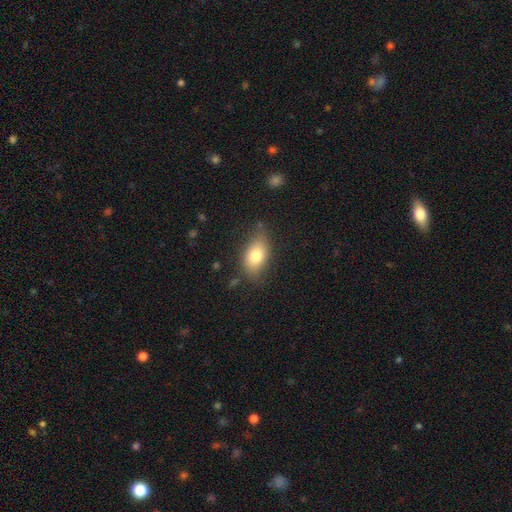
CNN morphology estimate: Smooth or featured? smooth (77%)
How rounded? in between (86%)
Merging? none (69%)